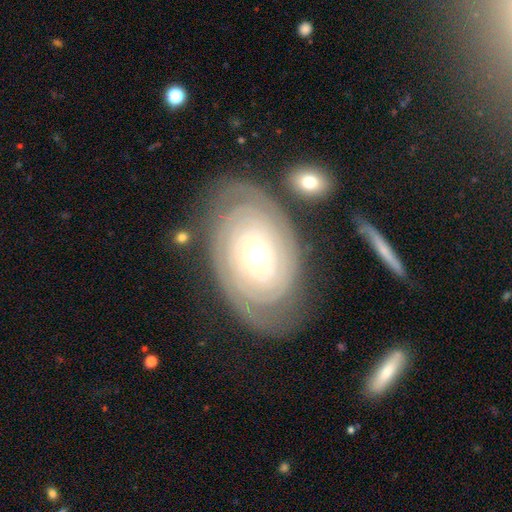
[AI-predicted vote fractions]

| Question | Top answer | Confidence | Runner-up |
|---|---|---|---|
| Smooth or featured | featured or disk | 85% | smooth (10%) |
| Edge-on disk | no | 96% | yes (4%) |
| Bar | no | 83% | weak (12%) |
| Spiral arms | yes | 93% | no (7%) |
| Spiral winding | tight | 88% | medium (9%) |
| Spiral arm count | can't tell | 38% | 2 (26%) |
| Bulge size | moderate | 50% | small (44%) |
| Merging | none | 76% | minor disturbance (14%) |